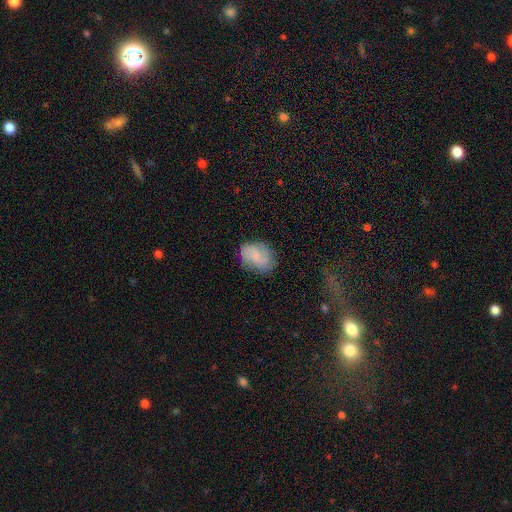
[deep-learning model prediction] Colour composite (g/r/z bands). It shows a featured or disk galaxy (50%). Merging: none (75%).